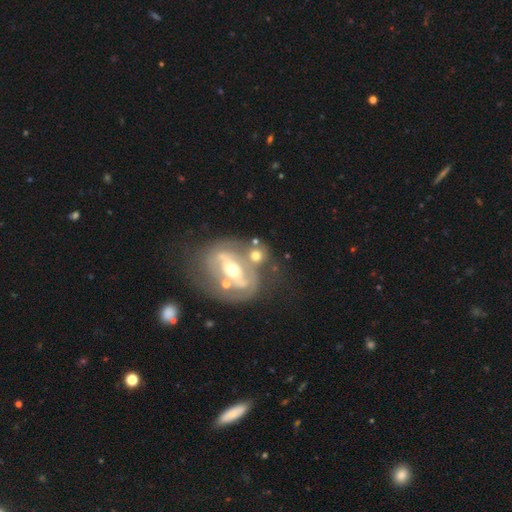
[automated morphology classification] Smooth or featured?
  - featured or disk: 68% *
  - smooth: 24%
  - star or artifact: 8%
Edge-on disk?
  - no: 91% *
  - yes: 9%
Bar?
  - strong: 51% *
  - no: 25%
  - weak: 24%
Spiral arms?
  - no: 51% *
  - yes: 49%
Bulge size?
  - moderate: 71% *
  - small: 17%
  - large: 8%
  - dominant: 2%
  - none: 2%
Merging?
  - none: 50% *
  - merger: 25%
  - minor disturbance: 15%
  - major disturbance: 10%